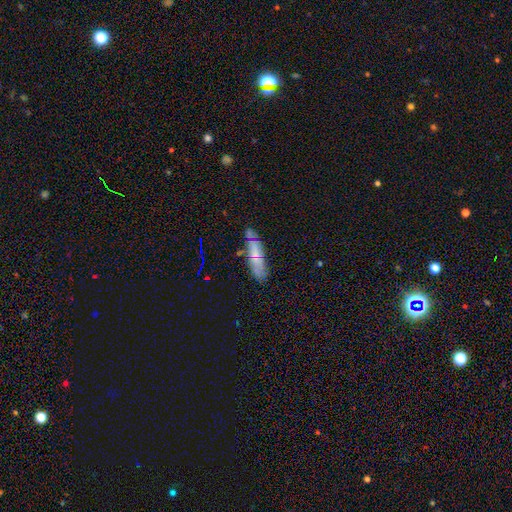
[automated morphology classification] This is possibly a smooth galaxy (55%). How rounded: possibly cigar-shaped (59%). Merging: likely none (68%).